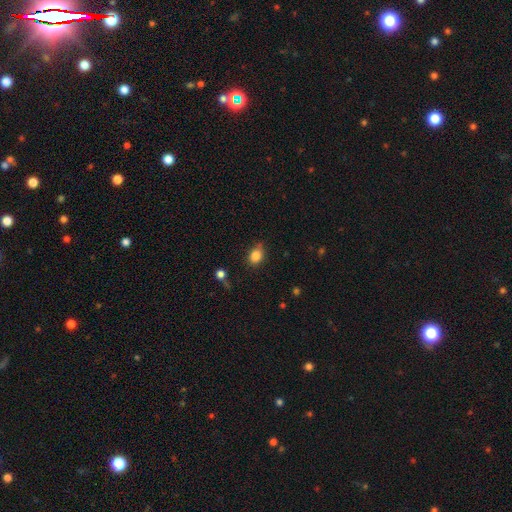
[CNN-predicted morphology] Q: Smooth or featured?
A: smooth (85%); runner-up: star or artifact (10%)
Q: How rounded?
A: in between (54%); runner-up: round (45%)
Q: Merging?
A: none (72%); runner-up: minor disturbance (21%)